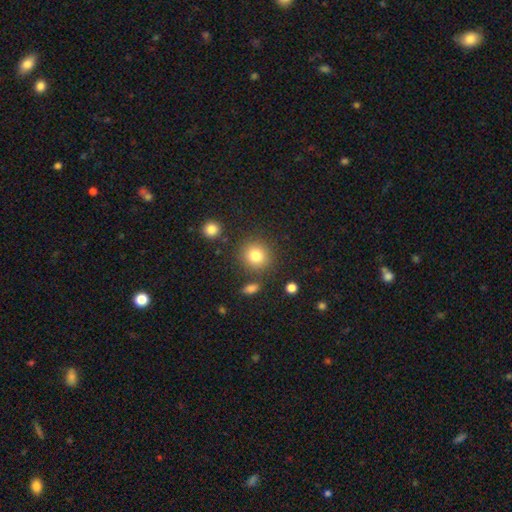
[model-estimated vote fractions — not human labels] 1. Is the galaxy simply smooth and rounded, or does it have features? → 82% smooth, 11% star or artifact, 7% featured or disk.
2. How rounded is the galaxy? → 89% round, 10% in between, 1% cigar-shaped.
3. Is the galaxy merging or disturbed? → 83% none, 8% minor disturbance, 5% merger, 3% major disturbance.